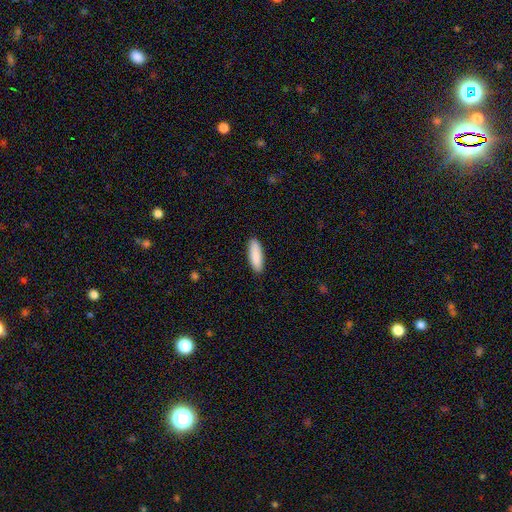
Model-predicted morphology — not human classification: This appears to be a smooth galaxy with no disk features (89%) that is in between round and cigar-shaped (50%). Merging: none (90%).